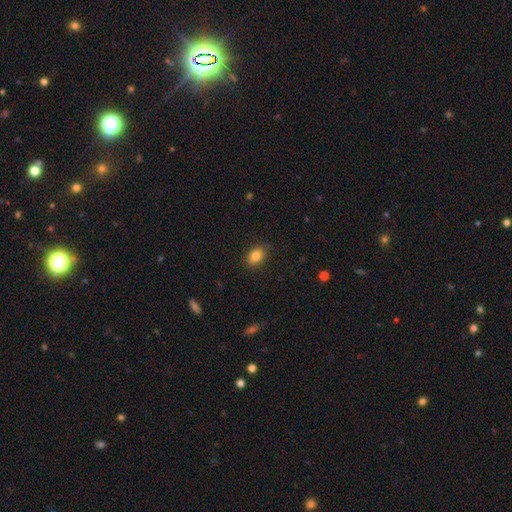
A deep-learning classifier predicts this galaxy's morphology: A smooth galaxy with no disk features (83%) that is in between round and cigar-shaped (77%). Merging: none (86%).